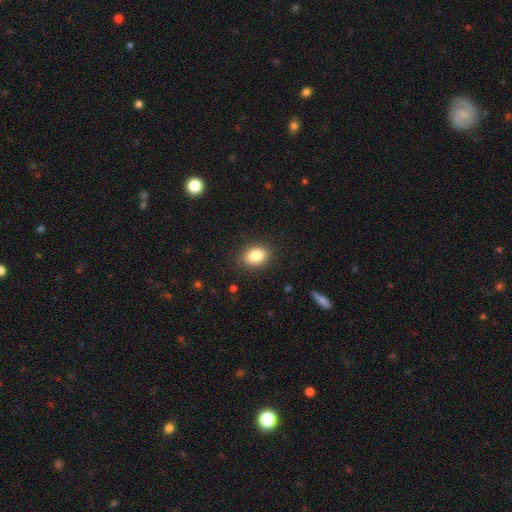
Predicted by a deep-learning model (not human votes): smooth-or-featured: smooth: 85% | star or artifact: 9% | featured or disk: 6%
  how-rounded: in between: 65% | round: 34% | cigar-shaped: 1%
  merging: none: 88% | minor disturbance: 9% | major disturbance: 3% | merger: 1%